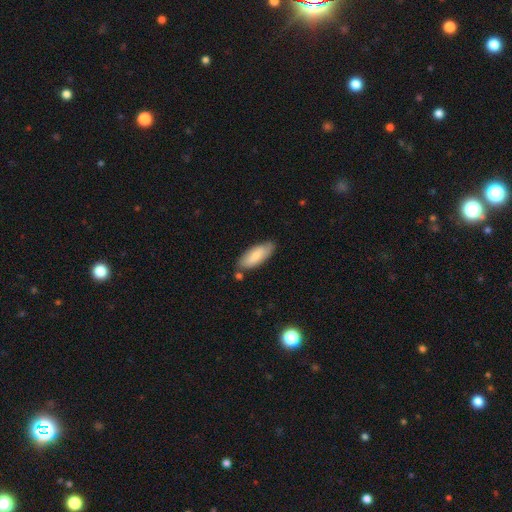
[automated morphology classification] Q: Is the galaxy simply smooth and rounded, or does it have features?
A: smooth — 81%.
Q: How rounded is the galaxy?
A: in between — 75%.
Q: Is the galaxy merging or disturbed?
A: none — 75%.